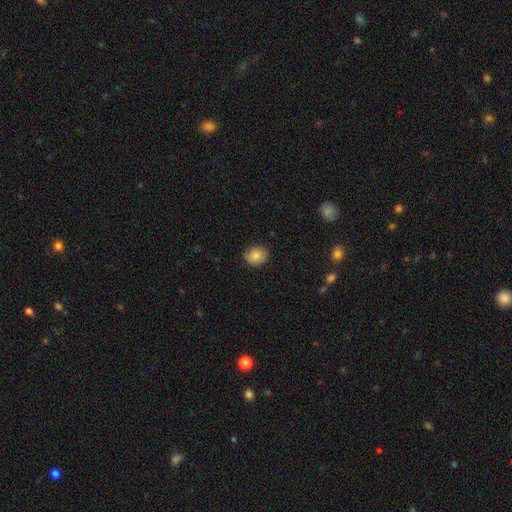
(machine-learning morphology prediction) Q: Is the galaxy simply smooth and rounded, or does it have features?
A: smooth — 82%.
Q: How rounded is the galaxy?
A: round — 69%.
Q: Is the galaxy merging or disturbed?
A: none — 80%.